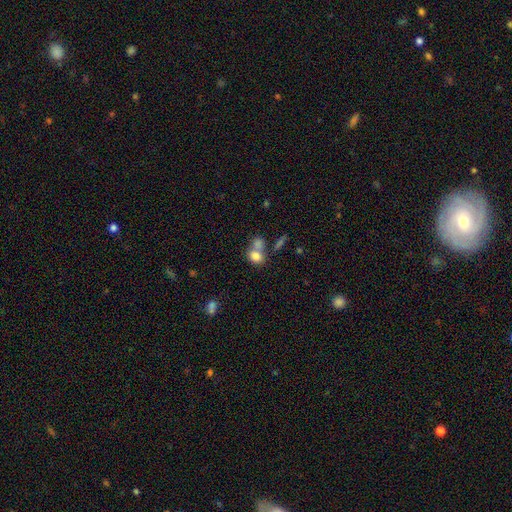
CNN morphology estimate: Smooth or featured?
  - smooth: 80% *
  - featured or disk: 10%
  - star or artifact: 10%
How rounded?
  - in between: 59% *
  - round: 39%
  - cigar-shaped: 2%
Merging?
  - merger: 45% *
  - none: 40%
  - minor disturbance: 10%
  - major disturbance: 5%